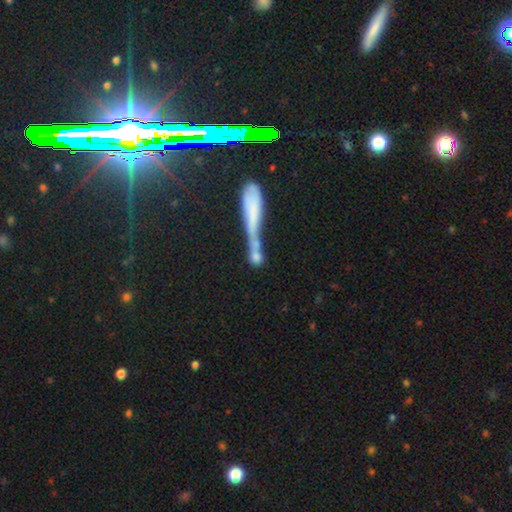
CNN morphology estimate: Smooth or featured? smooth (65%)
How rounded? round (42%)
Merging? merger (42%)